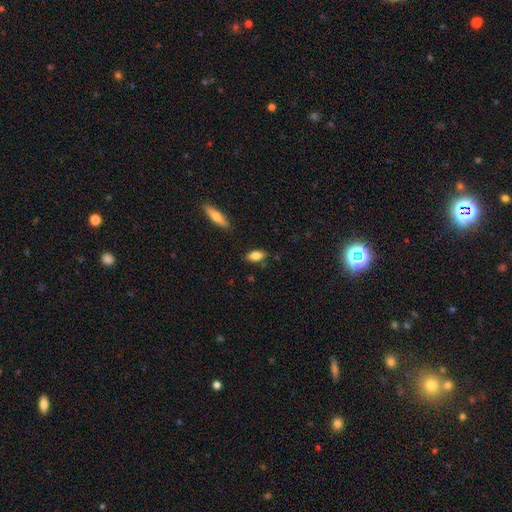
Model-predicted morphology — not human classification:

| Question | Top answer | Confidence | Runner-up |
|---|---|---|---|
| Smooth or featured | smooth | 80% | featured or disk (12%) |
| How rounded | in between | 84% | cigar-shaped (13%) |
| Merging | none | 81% | minor disturbance (14%) |